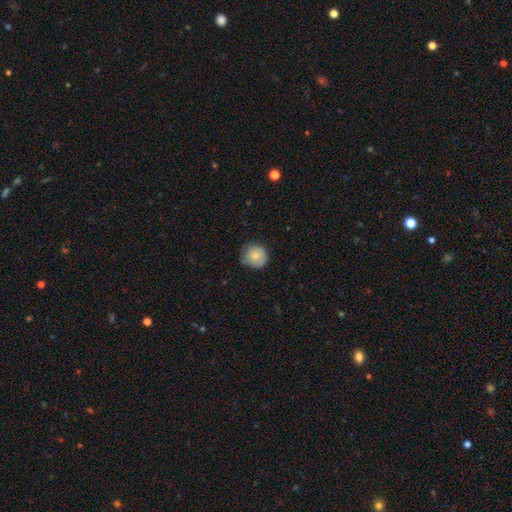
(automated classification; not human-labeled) Smooth or featured: smooth — 78% (featured or disk — 14%)
How rounded: round — 90% (in between — 9%)
Merging: none — 72% (minor disturbance — 23%)